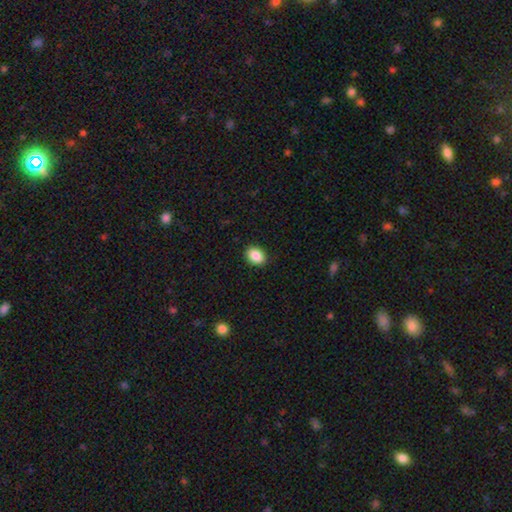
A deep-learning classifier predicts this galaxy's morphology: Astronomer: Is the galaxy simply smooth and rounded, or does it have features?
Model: smooth — 87%.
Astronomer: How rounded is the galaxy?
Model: in between — 63%.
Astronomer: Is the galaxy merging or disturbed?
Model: none — 91%.